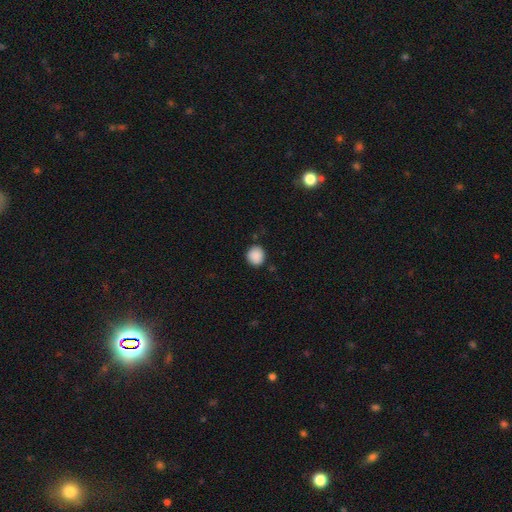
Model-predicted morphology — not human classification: smooth-or-featured: smooth: 89% | star or artifact: 8% | featured or disk: 3%
  how-rounded: round: 86% | in between: 13% | cigar-shaped: 1%
  merging: none: 87% | minor disturbance: 9% | major disturbance: 2% | merger: 2%